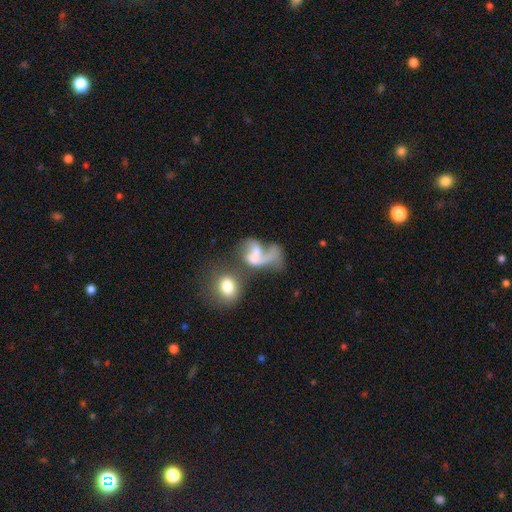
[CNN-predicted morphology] Q: Smooth or featured?
A: featured or disk (55%); runner-up: smooth (34%)
Q: Edge-on disk?
A: no (97%); runner-up: yes (3%)
Q: Bar?
A: no (60%); runner-up: weak (26%)
Q: Spiral arms?
A: yes (59%); runner-up: no (41%)
Q: Bulge size?
A: none (44%); runner-up: moderate (21%)
Q: Merging?
A: major disturbance (38%); runner-up: merger (36%)